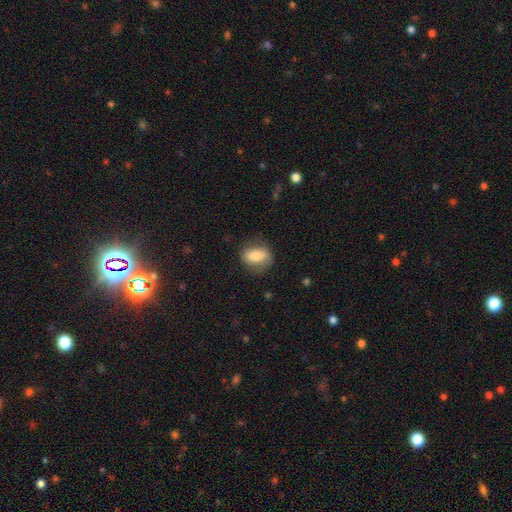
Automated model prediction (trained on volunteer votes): The model was most divided on "merging": none: 69%, minor disturbance: 21%, major disturbance: 9%, merger: 1%. More confident: how rounded — in between (79%); smooth or featured — smooth (73%).